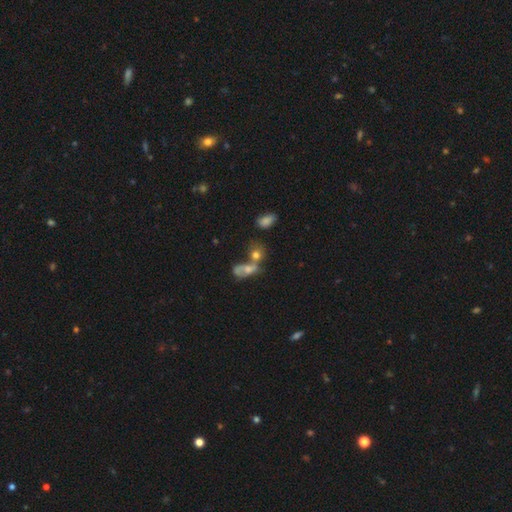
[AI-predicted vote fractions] Smooth or featured? Predicted: smooth (p=0.51). How rounded? Predicted: in between (p=0.59). Merging? Predicted: merger (p=0.50).